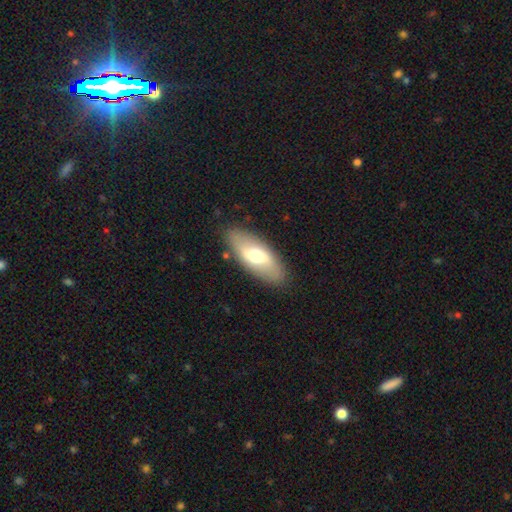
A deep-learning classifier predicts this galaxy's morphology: smooth_or_featured: smooth (p=0.54) [alt: featured or disk p=0.41]
how_rounded: in between (p=0.84) [alt: cigar-shaped p=0.13]
merging: none (p=0.86) [alt: minor disturbance p=0.10]